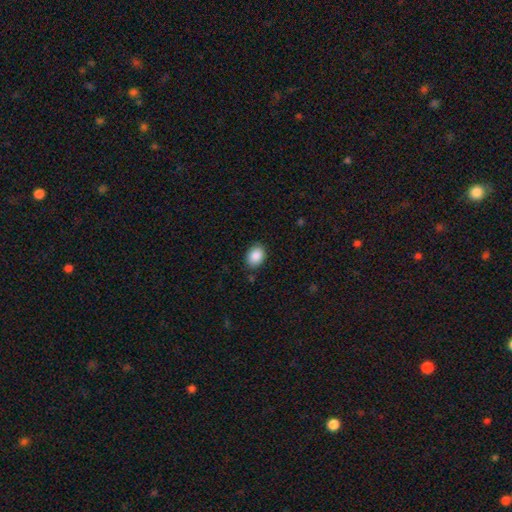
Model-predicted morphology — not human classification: This is clearly a smooth galaxy (89%). How rounded: likely in between (70%). Merging: clearly none (86%).